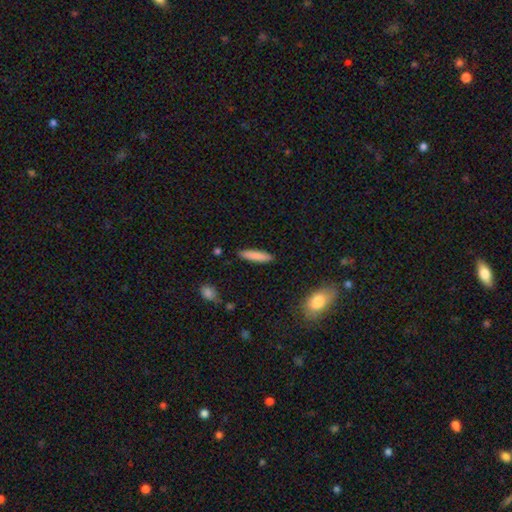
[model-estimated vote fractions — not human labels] Smooth or featured?
  - smooth: 84% *
  - featured or disk: 10%
  - star or artifact: 6%
How rounded?
  - cigar-shaped: 82% *
  - in between: 17%
  - round: 1%
Merging?
  - none: 89% *
  - minor disturbance: 7%
  - major disturbance: 2%
  - merger: 1%